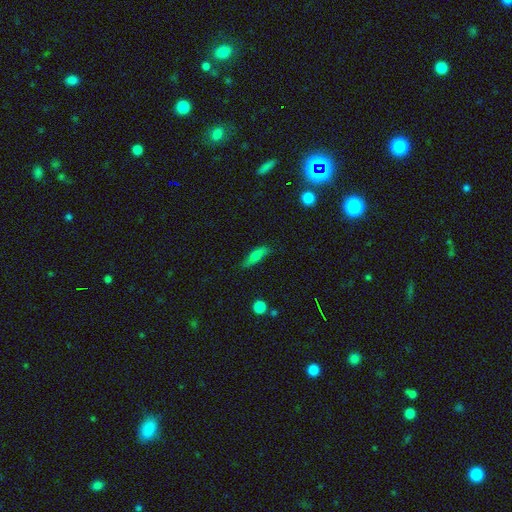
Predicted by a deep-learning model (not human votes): Overall: smooth (70%). How rounded: cigar-shaped (59%; in between 38%). Merging: none (75%).